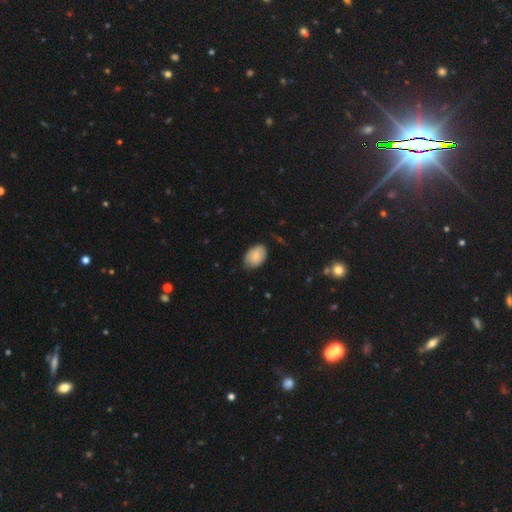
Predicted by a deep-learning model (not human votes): Q: Smooth or featured?
A: smooth (82%); runner-up: featured or disk (11%)
Q: How rounded?
A: in between (87%); runner-up: round (12%)
Q: Merging?
A: none (74%); runner-up: minor disturbance (22%)